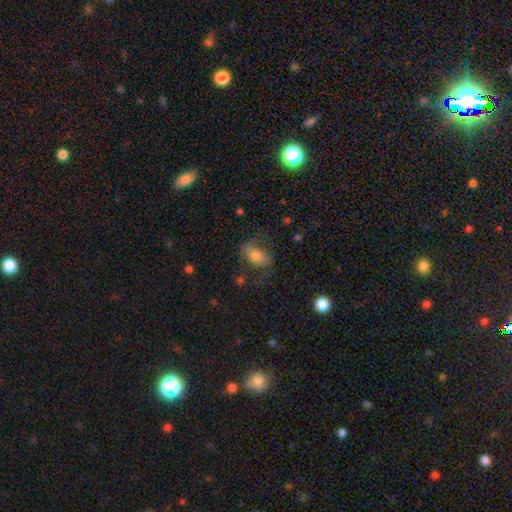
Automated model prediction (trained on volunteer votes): This is possibly a smooth galaxy (55%). How rounded: clearly in between (84%). Merging: possibly none (57%).